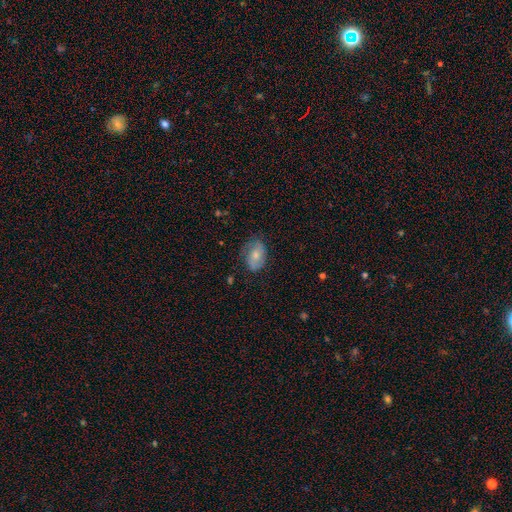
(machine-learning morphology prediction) This appears to be a smooth galaxy with no disk features (59%) that is in between round and cigar-shaped (80%). Merging: none (64%).